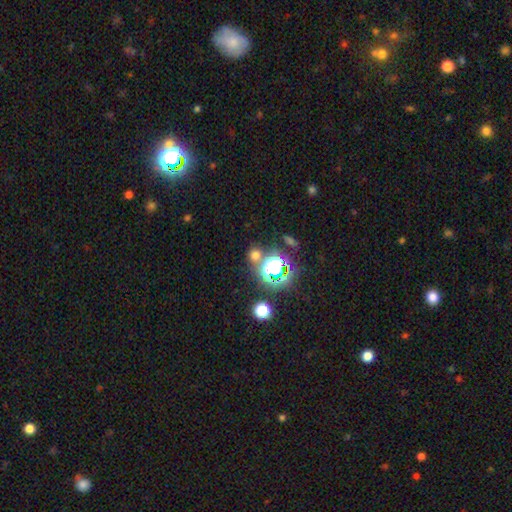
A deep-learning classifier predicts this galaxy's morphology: smooth 51%, star or artifact 42%, featured or disk 7%. Down the decision tree: how rounded — round (80%); merging — none (70%).